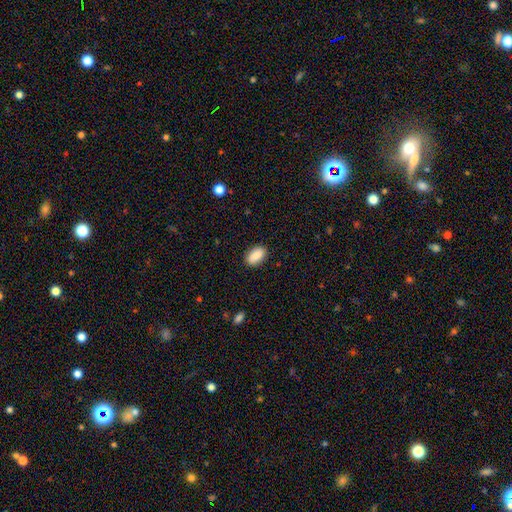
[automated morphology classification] This appears to be a smooth galaxy with no disk features (88%) that is in between round and cigar-shaped (92%). Merging: none (87%).